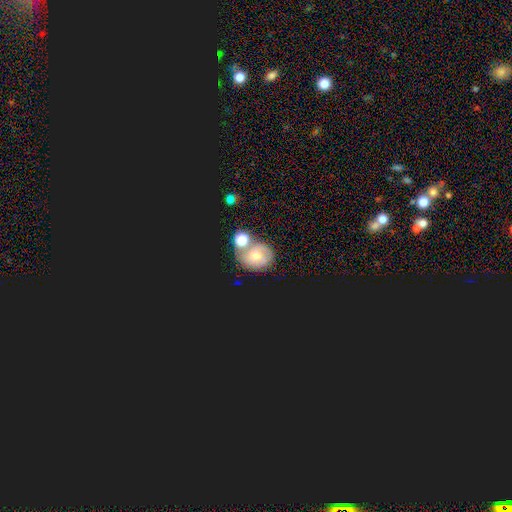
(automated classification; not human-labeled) smooth_or_featured: featured or disk (p=0.47) [alt: smooth p=0.31]
merging: none (p=0.48) [alt: merger p=0.30]